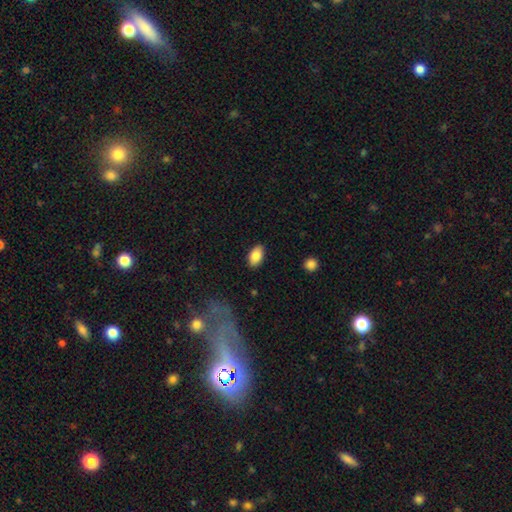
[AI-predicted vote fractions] A smooth galaxy with no disk features (85%) that is in between round and cigar-shaped (92%).

Vote fractions:
- Smooth or featured? smooth: 85% / featured or disk: 8% / star or artifact: 7%
- How rounded? in between: 92% / round: 6% / cigar-shaped: 2%
- Merging? none: 85% / minor disturbance: 11% / major disturbance: 2% / merger: 1%